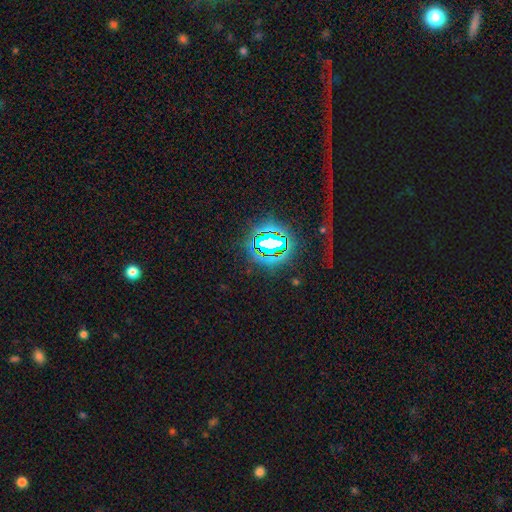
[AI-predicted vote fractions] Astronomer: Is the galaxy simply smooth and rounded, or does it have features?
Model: star or artifact — 84%.